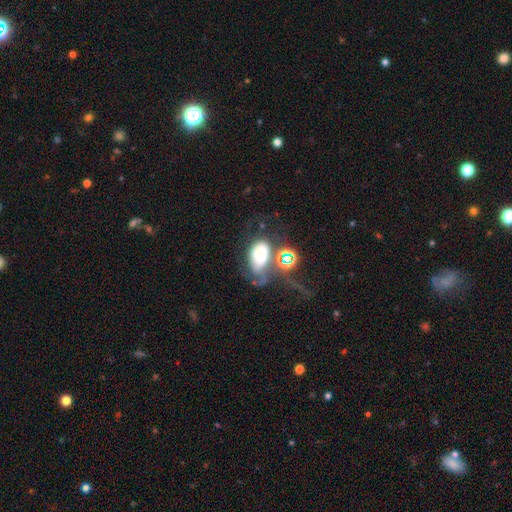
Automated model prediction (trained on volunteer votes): Smooth or featured?
  - smooth: 59% *
  - featured or disk: 25%
  - star or artifact: 17%
How rounded?
  - in between: 85% *
  - round: 14%
  - cigar-shaped: 2%
Merging?
  - major disturbance: 32% *
  - none: 27%
  - merger: 21%
  - minor disturbance: 20%